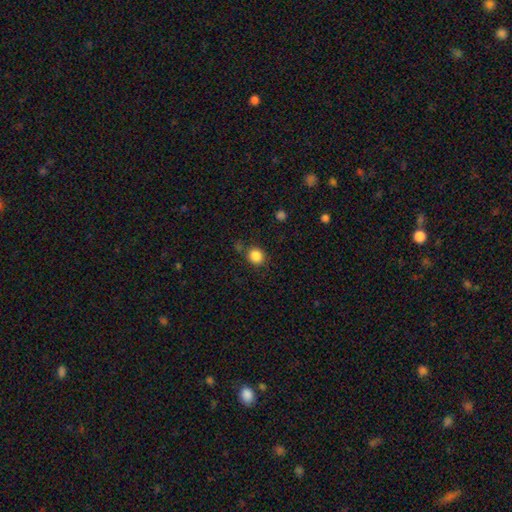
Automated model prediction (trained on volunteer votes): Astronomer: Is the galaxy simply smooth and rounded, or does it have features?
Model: smooth — 86%.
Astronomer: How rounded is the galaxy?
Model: round — 81%.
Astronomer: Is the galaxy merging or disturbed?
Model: none — 77%.